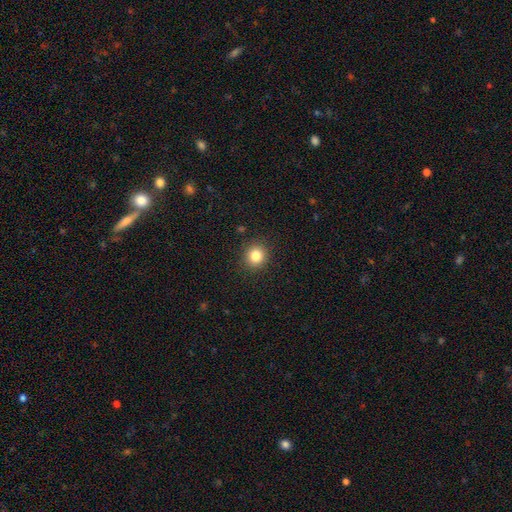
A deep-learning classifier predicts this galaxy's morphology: Smooth or featured? smooth (83%)
How rounded? round (88%)
Merging? none (90%)